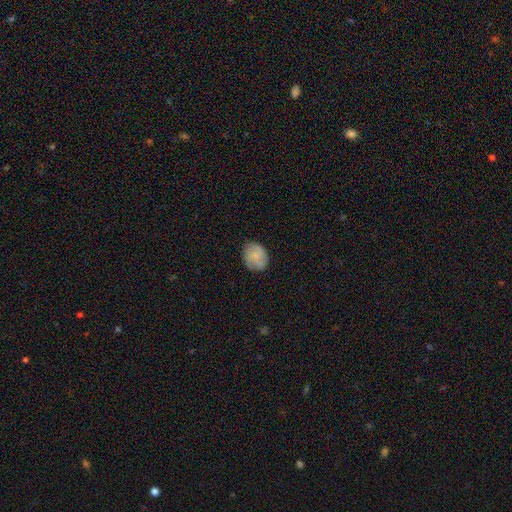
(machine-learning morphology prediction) Smooth or featured? Predicted: smooth (p=0.69). How rounded? Predicted: round (p=0.61). Merging? Predicted: none (p=0.80).